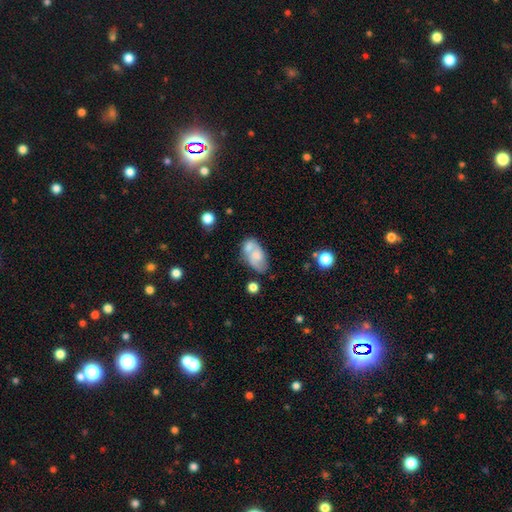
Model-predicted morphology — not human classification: Q: Smooth or featured?
A: smooth (46%); tied with: featured or disk (46%)
Q: Merging?
A: none (36%); runner-up: merger (35%)